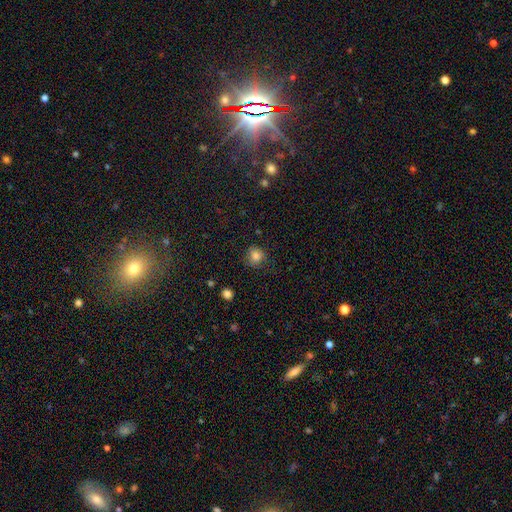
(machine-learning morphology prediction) smooth_or_featured: smooth (p=0.83) [alt: star or artifact p=0.11]
how_rounded: round (p=0.83) [alt: in between p=0.17]
merging: none (p=0.78) [alt: minor disturbance p=0.16]